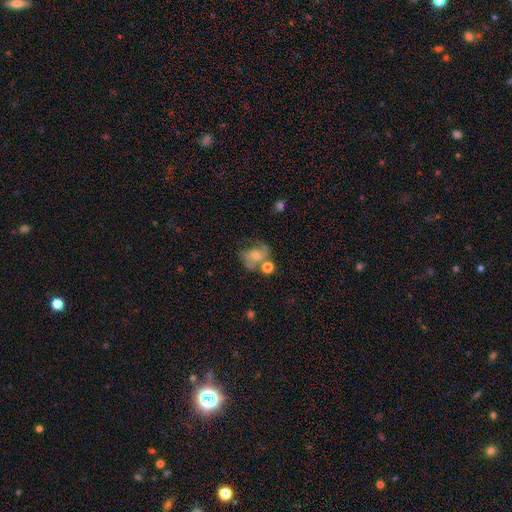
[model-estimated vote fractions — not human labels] This appears to be a featured or disk galaxy (52%) with no bar (60%), spiral arms (80%) and a moderate central bulge (44%). Merging: none (39%).